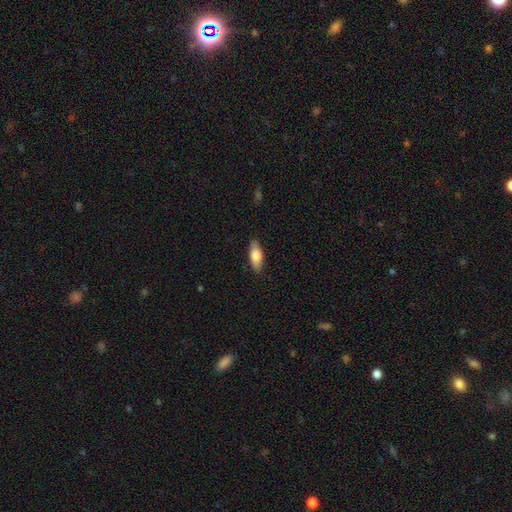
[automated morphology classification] This appears to be a smooth galaxy with no disk features (80%) that is in between round and cigar-shaped (74%). Merging: none (87%).